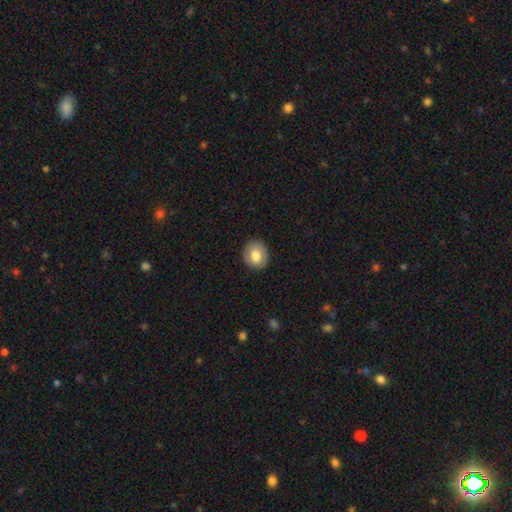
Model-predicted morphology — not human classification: This is likely a smooth galaxy (80%). How rounded: likely round (62%). Merging: clearly none (87%).